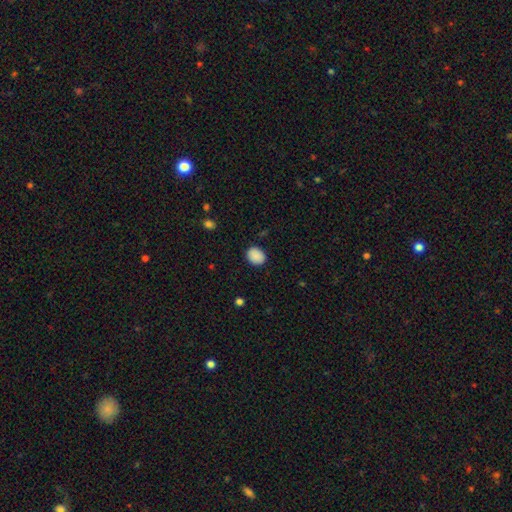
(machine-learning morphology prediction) Smooth or featured: smooth — 89% (star or artifact — 8%)
How rounded: in between — 51% (round — 48%)
Merging: none — 87% (minor disturbance — 9%)